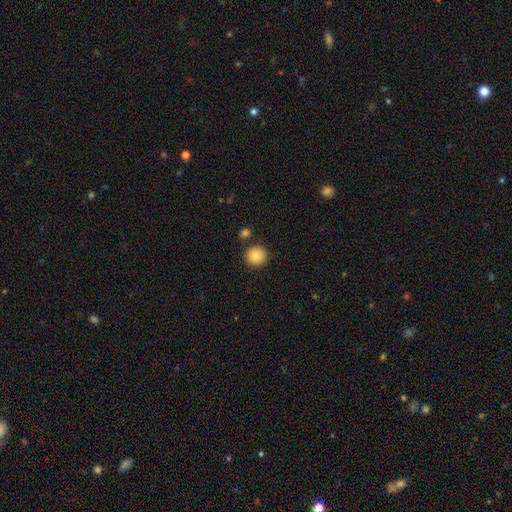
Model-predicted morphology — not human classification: type=smooth (85%); roundness=round (93%); merging=none (88%).